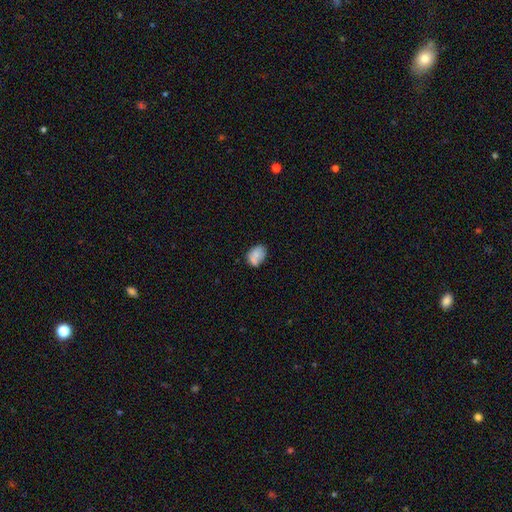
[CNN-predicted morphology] smooth_or_featured: smooth (p=0.77) [alt: featured or disk p=0.15]
how_rounded: in between (p=0.76) [alt: round p=0.23]
merging: none (p=0.60) [alt: minor disturbance p=0.26]